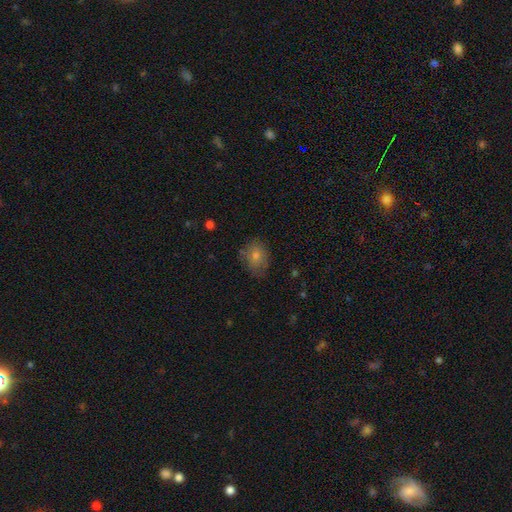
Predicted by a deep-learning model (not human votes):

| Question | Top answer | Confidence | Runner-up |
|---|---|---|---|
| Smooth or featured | smooth | 67% | featured or disk (20%) |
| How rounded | round | 52% | in between (47%) |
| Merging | none | 73% | minor disturbance (20%) |